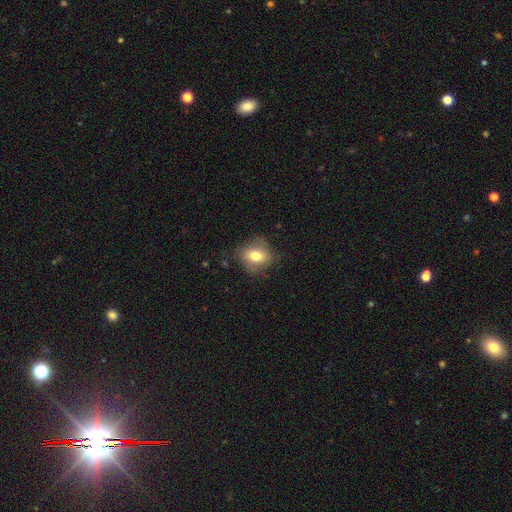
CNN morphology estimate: Smooth or featured? Predicted: smooth (p=0.73). How rounded? Predicted: round (p=0.53). Merging? Predicted: none (p=0.73).